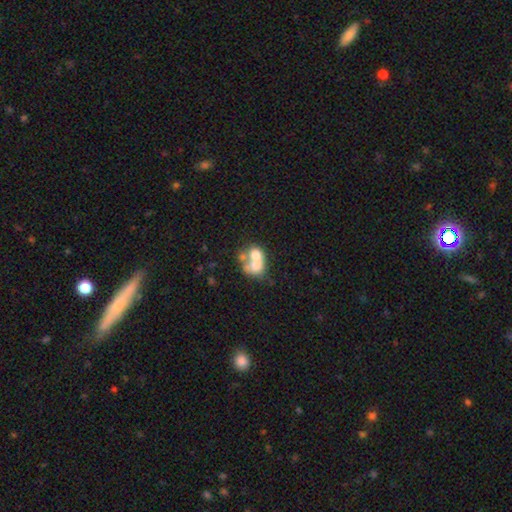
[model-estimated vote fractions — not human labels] Q: Smooth or featured?
A: smooth (59%); runner-up: featured or disk (31%)
Q: How rounded?
A: round (52%); runner-up: in between (47%)
Q: Merging?
A: merger (70%); runner-up: none (18%)